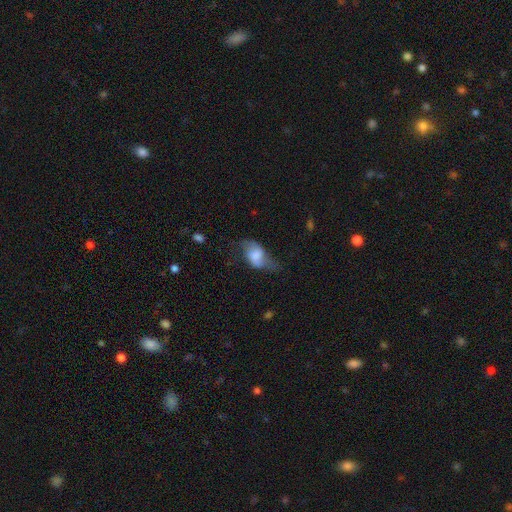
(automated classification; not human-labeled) Smooth or featured? Predicted: smooth (p=0.47). Merging? Predicted: none (p=0.40).